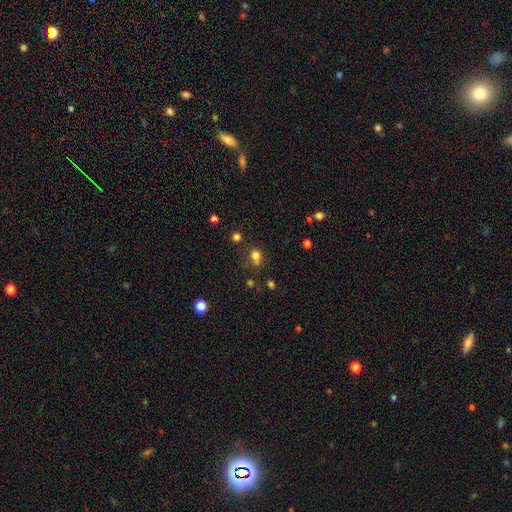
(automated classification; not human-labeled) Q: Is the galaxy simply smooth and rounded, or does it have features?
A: smooth — 74%.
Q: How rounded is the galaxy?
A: round — 63%.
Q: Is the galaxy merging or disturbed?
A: none — 48%.